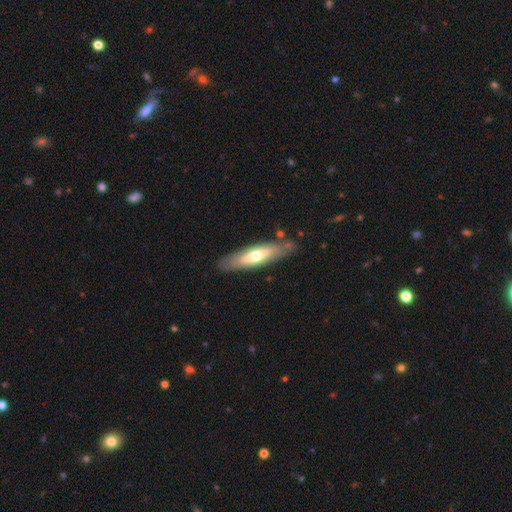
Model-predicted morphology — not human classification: The model was most divided on "smooth or featured": featured or disk: 50%, smooth: 45%, star or artifact: 5%. More confident: merging — none (79%).